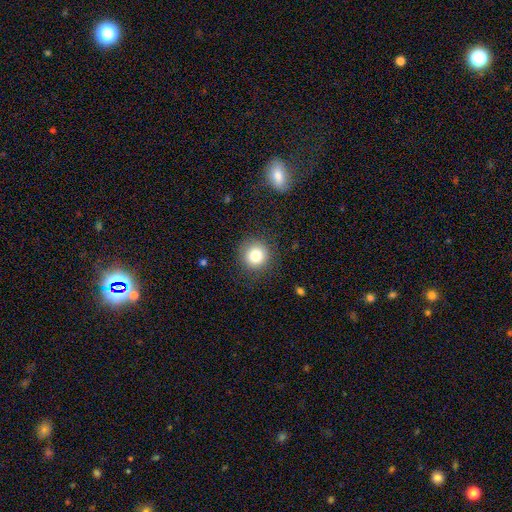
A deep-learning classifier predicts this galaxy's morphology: Smooth or featured: smooth — 82% (star or artifact — 10%)
How rounded: round — 93% (in between — 6%)
Merging: none — 86% (minor disturbance — 9%)